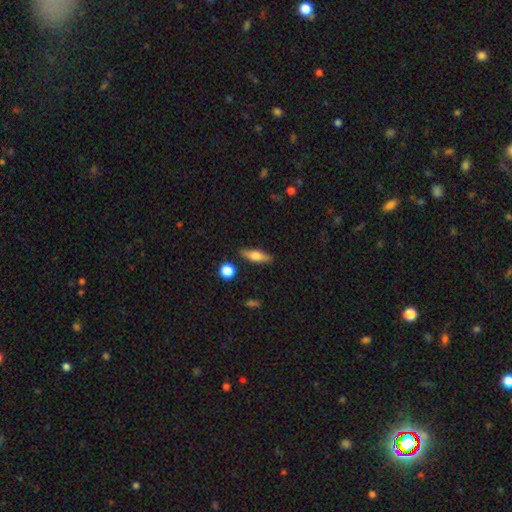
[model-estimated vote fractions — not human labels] smooth_or_featured: smooth (p=0.59) [alt: featured or disk p=0.33]
how_rounded: cigar-shaped (p=0.48) [tied with: in between p=0.48]
merging: none (p=0.85) [alt: minor disturbance p=0.10]